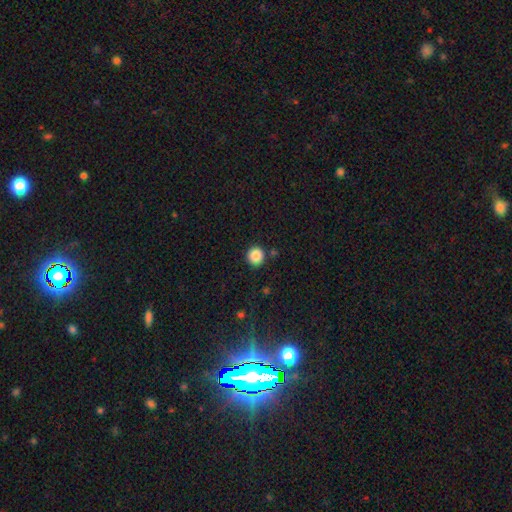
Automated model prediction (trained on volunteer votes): Smooth or featured?
  - smooth: 87% *
  - star or artifact: 9%
  - featured or disk: 3%
How rounded?
  - round: 92% *
  - in between: 7%
  - cigar-shaped: 1%
Merging?
  - none: 89% *
  - minor disturbance: 6%
  - merger: 3%
  - major disturbance: 2%